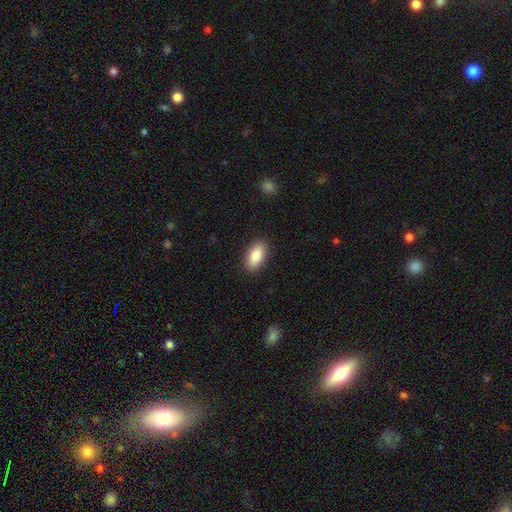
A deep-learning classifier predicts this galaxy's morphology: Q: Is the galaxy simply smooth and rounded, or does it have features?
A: smooth — 86%.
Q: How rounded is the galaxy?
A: in between — 91%.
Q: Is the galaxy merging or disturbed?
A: none — 89%.